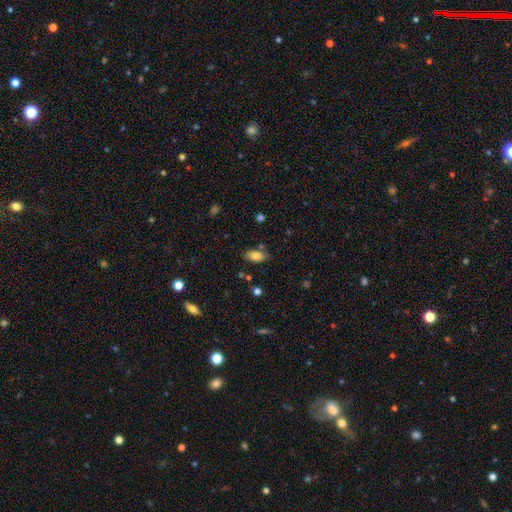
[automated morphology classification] smooth-or-featured: smooth: 80% | featured or disk: 12% | star or artifact: 8%
  how-rounded: in between: 91% | round: 5% | cigar-shaped: 4%
  merging: none: 78% | minor disturbance: 14% | merger: 5% | major disturbance: 3%